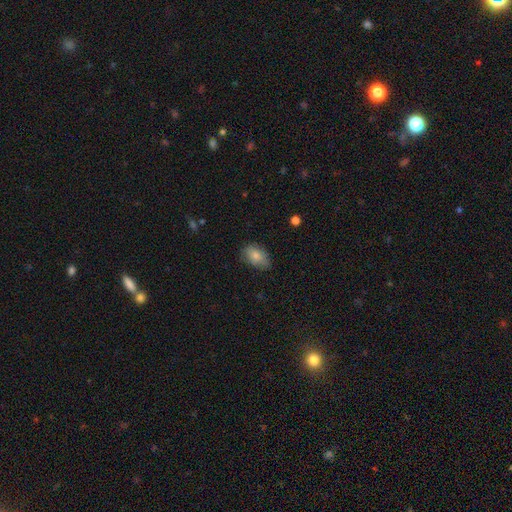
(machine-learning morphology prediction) smooth_or_featured: smooth (p=0.82) [alt: featured or disk p=0.10]
how_rounded: in between (p=0.87) [alt: round p=0.12]
merging: none (p=0.73) [alt: minor disturbance p=0.22]